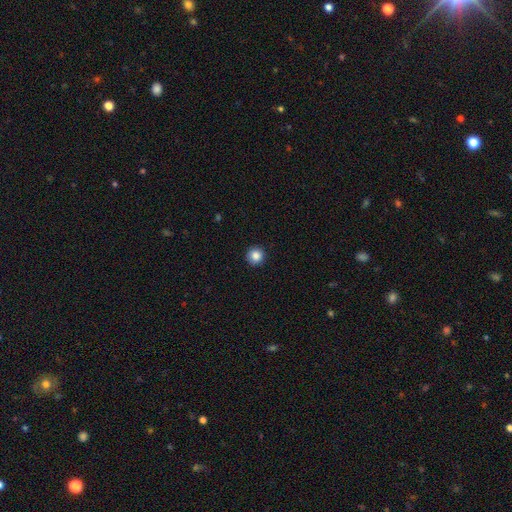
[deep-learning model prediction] Smooth or featured: smooth — 86% (star or artifact — 10%)
How rounded: round — 95% (in between — 4%)
Merging: none — 92% (minor disturbance — 5%)